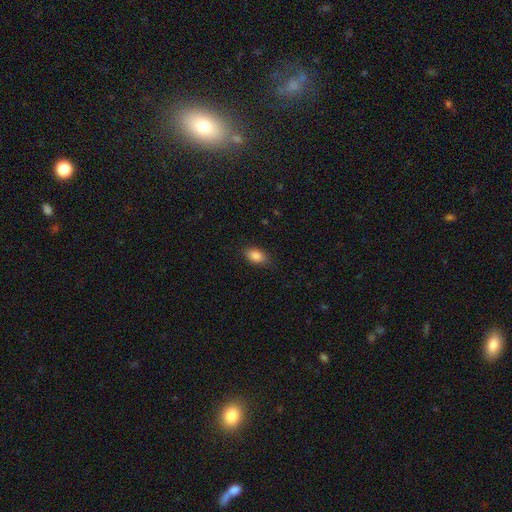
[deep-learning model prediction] Morphology: type=smooth (87%); roundness=in between (90%); merging=none (85%).